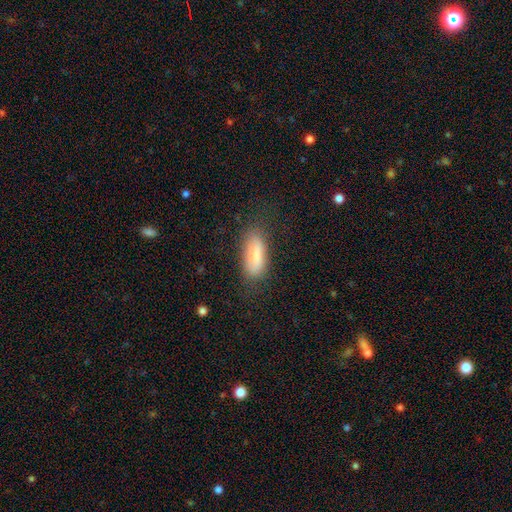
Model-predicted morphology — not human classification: Smooth or featured: smooth — 78% (featured or disk — 15%)
How rounded: in between — 76% (cigar-shaped — 22%)
Merging: none — 74% (minor disturbance — 18%)